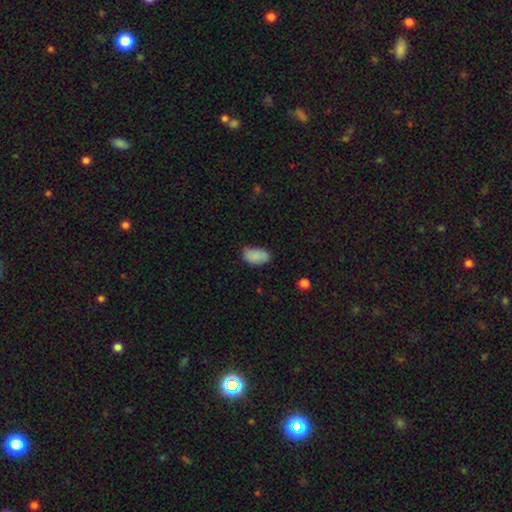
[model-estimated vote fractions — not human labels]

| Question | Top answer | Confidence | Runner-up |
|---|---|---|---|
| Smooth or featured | smooth | 85% | featured or disk (8%) |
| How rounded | in between | 94% | round (4%) |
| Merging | none | 64% | minor disturbance (30%) |